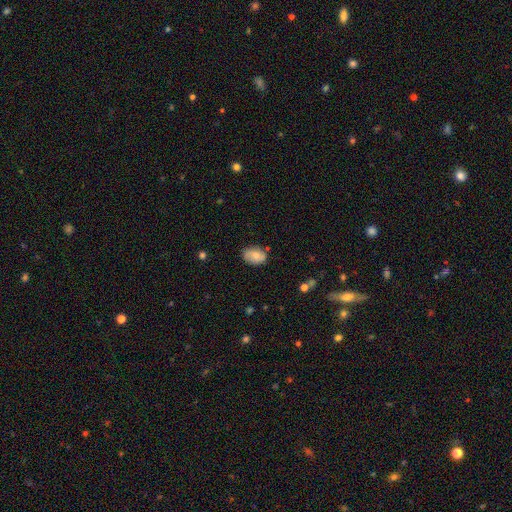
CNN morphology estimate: Smooth or featured: smooth — 68% (featured or disk — 24%)
How rounded: in between — 81% (round — 17%)
Merging: none — 74% (minor disturbance — 20%)